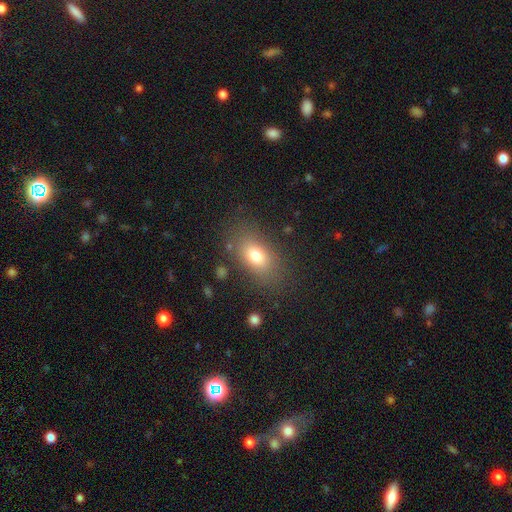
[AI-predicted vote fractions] Smooth or featured: smooth — 75% (featured or disk — 14%)
How rounded: in between — 84% (round — 12%)
Merging: none — 79% (minor disturbance — 12%)